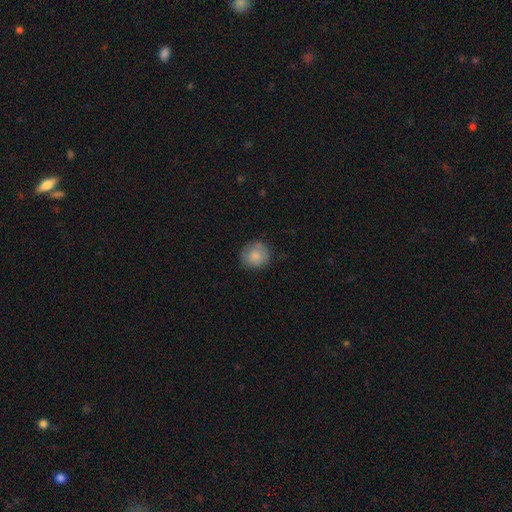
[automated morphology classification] A smooth galaxy with no disk features (83%) that is round (89%). Merging: none (81%).